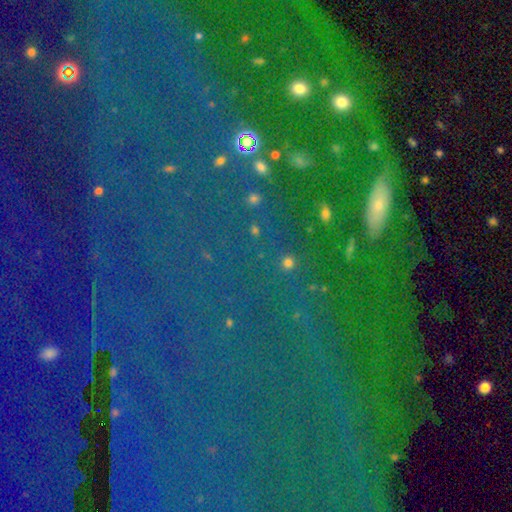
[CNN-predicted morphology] A star or artifact, not a galaxy (59%).

Vote fractions:
- Smooth or featured? star or artifact: 59% / smooth: 29% / featured or disk: 12%